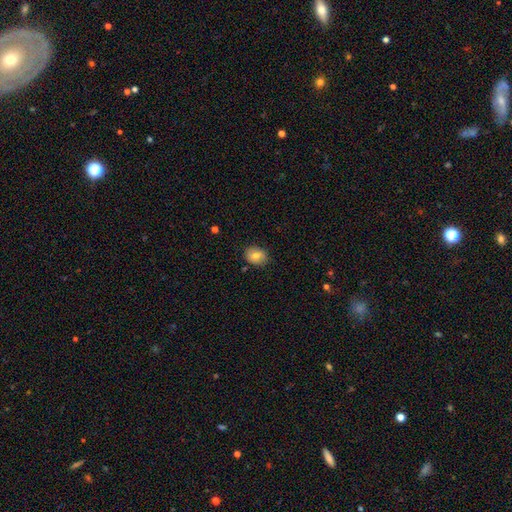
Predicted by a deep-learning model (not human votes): Morphology: type=smooth (73%); roundness=in between (53%); merging=none (81%).